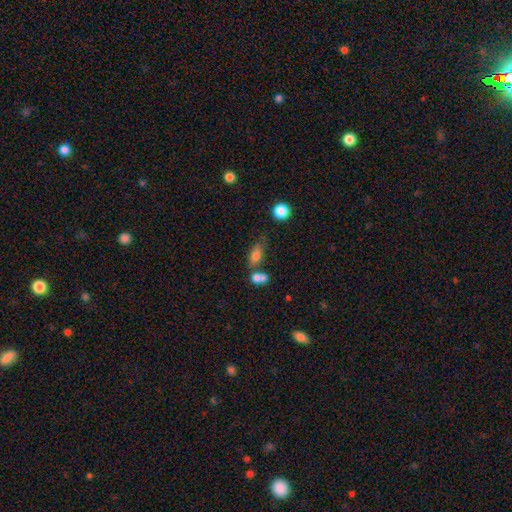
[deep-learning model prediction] Smooth or featured? smooth (75%)
How rounded? in between (77%)
Merging? none (46%)